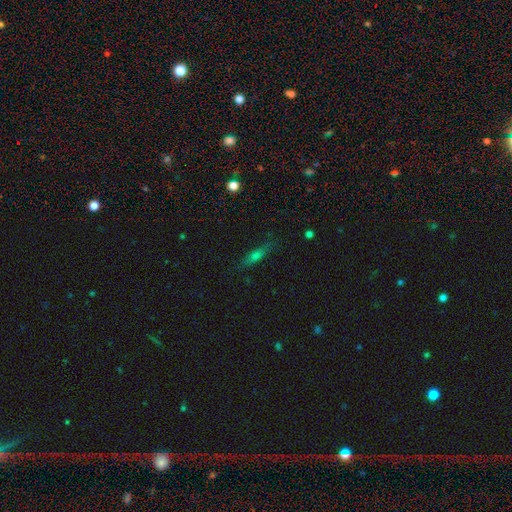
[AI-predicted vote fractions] smooth 44%, featured or disk 43%, star or artifact 13%. Down the decision tree: merging — none (82%).